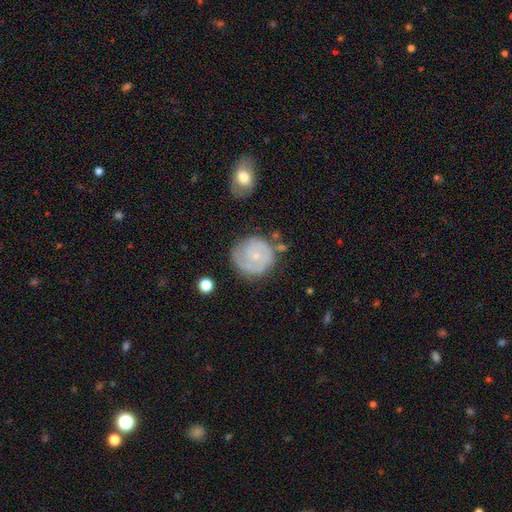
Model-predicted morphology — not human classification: type=featured or disk (68%); edge-on=no (98%); bar=no (79%); spiral arms=yes (85%); winding=tight (62%); arm count=2 (40%); bulge=small (74%); merging=none (68%).